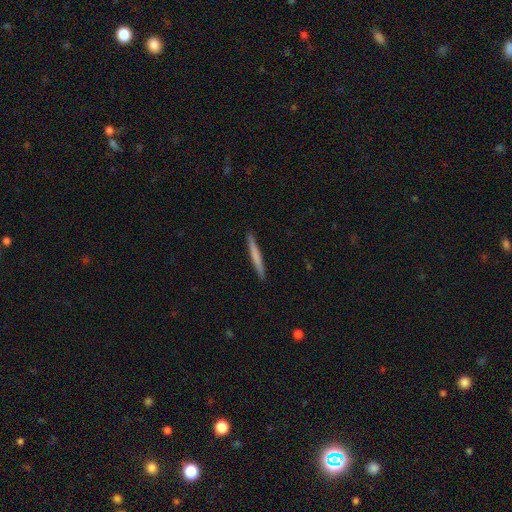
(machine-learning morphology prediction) A smooth galaxy with no disk features (64%) that is cigar-shaped (97%). Merging: none (91%).